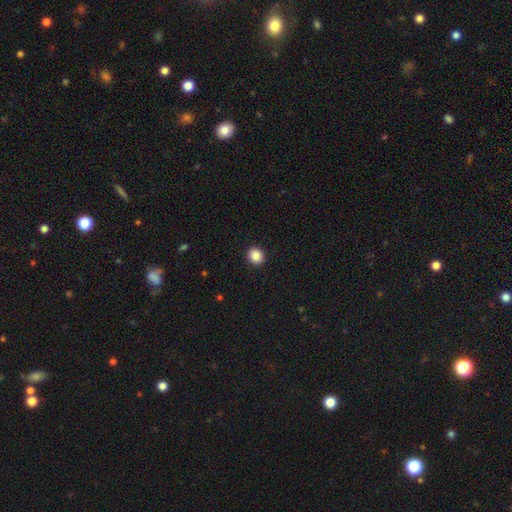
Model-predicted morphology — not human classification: A smooth galaxy with no disk features (88%) that is round (82%).

Vote fractions:
- Smooth or featured? smooth: 88% / star or artifact: 9% / featured or disk: 3%
- How rounded? round: 82% / in between: 17% / cigar-shaped: 1%
- Merging? none: 92% / minor disturbance: 5% / major disturbance: 2% / merger: 1%